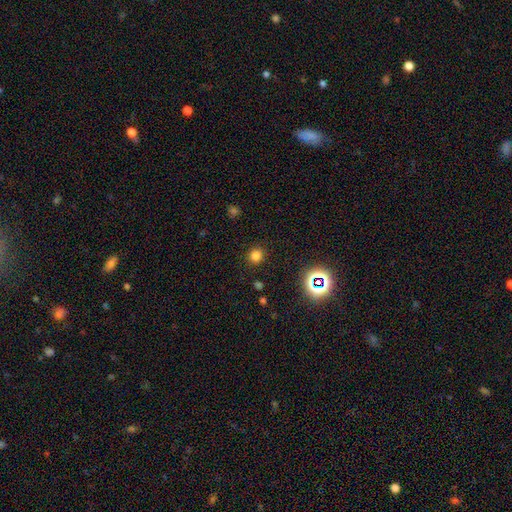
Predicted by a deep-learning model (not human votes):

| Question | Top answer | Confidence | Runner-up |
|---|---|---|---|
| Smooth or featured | smooth | 74% | star or artifact (21%) |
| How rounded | round | 87% | in between (12%) |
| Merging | none | 88% | minor disturbance (7%) |